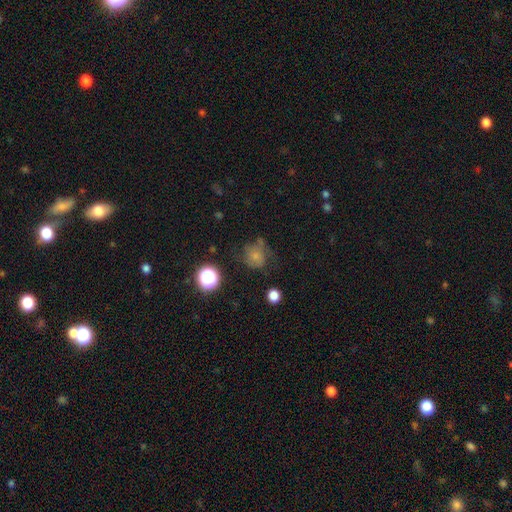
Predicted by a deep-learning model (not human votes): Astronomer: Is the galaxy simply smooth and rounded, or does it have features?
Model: smooth — 66%.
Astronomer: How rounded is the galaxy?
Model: round — 78%.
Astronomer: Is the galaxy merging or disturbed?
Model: none — 51% (runner-up: minor disturbance, 27%).